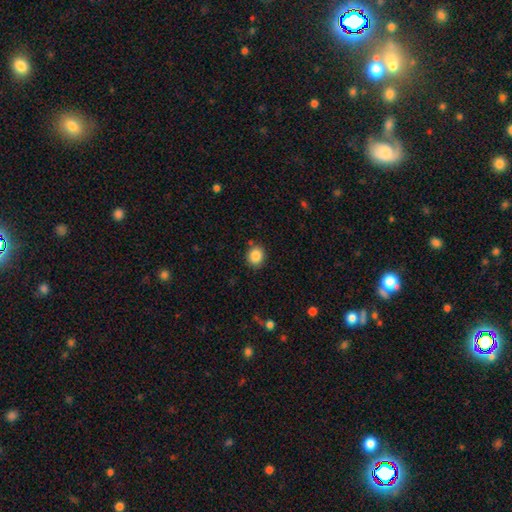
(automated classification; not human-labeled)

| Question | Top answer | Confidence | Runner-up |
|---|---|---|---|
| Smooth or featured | smooth | 86% | star or artifact (9%) |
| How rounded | round | 71% | in between (28%) |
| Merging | none | 84% | minor disturbance (10%) |